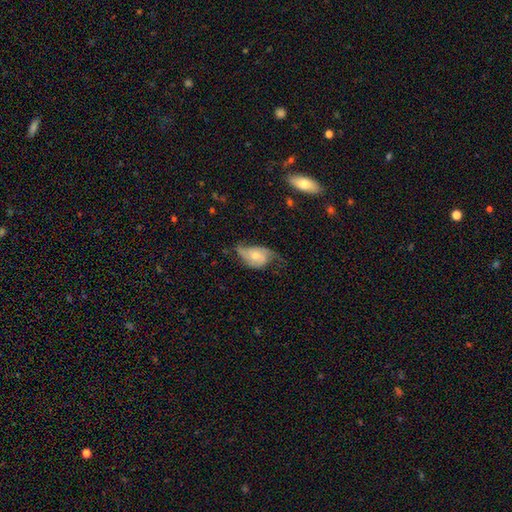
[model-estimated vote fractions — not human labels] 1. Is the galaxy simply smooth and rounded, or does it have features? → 63% featured or disk, 30% smooth, 7% star or artifact.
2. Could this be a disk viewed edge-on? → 95% no, 5% yes.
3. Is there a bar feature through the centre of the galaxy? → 75% no, 20% weak, 5% strong.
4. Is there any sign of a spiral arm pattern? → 84% yes, 16% no.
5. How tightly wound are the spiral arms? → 53% loose, 32% medium, 14% tight.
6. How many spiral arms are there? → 72% 2, 11% can't tell, 7% 3, 6% 1, 2% 4, 2% more than 4.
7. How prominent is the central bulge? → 54% moderate, 40% small, 3% large, 2% none, 1% dominant.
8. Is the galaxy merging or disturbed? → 39% none, 35% minor disturbance, 24% major disturbance, 2% merger.